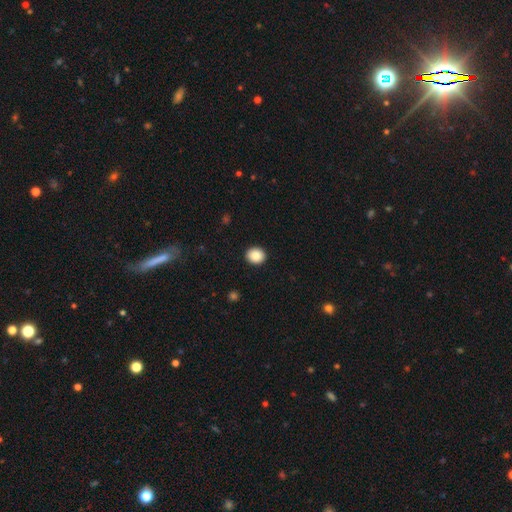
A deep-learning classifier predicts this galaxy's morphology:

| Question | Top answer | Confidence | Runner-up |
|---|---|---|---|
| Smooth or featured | smooth | 86% | star or artifact (9%) |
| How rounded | round | 80% | in between (19%) |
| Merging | none | 93% | minor disturbance (5%) |